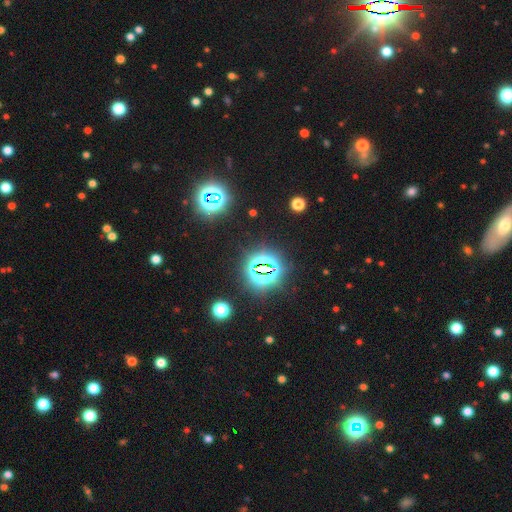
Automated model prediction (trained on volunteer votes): This appears to be a star or artifact, not a galaxy (77%).